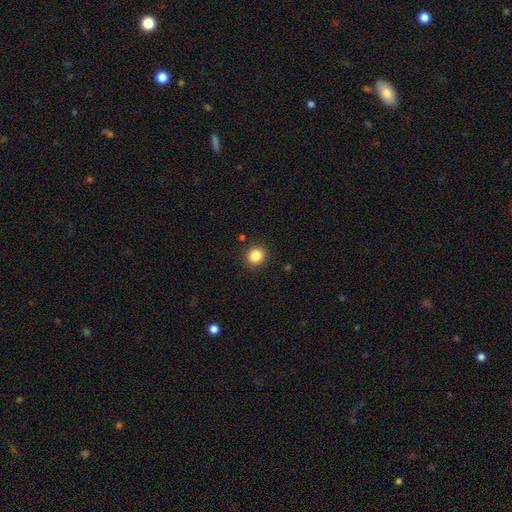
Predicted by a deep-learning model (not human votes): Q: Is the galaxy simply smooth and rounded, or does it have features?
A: smooth — 86%.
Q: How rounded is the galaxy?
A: round — 91%.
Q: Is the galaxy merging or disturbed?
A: none — 90%.